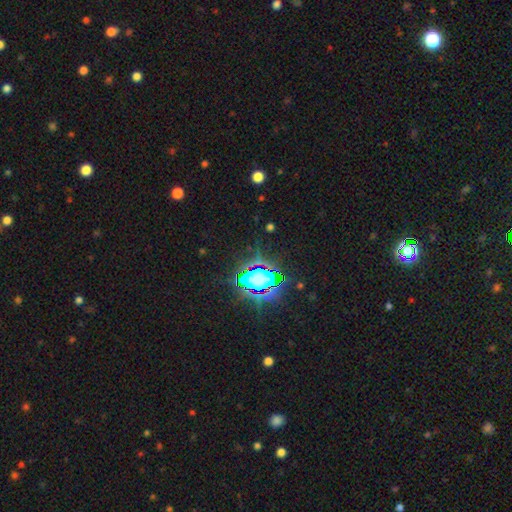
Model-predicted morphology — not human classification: A star or artifact, not a galaxy (83%).

Vote fractions:
- Smooth or featured? star or artifact: 83% / smooth: 10% / featured or disk: 7%